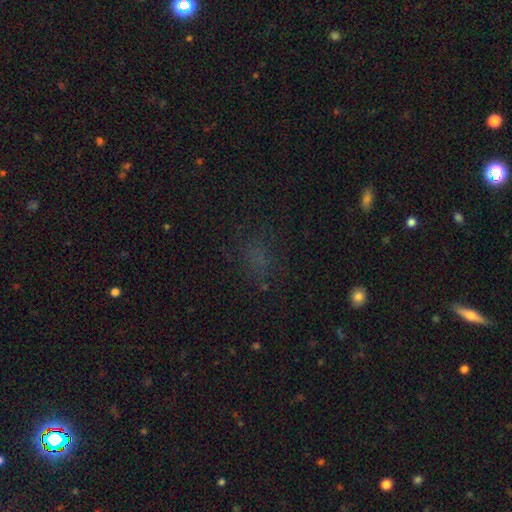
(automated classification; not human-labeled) Smooth or featured? Predicted: smooth (p=0.47). Merging? Predicted: none (p=0.76).